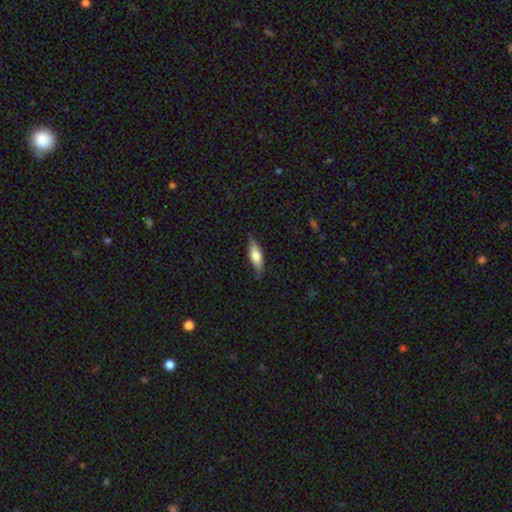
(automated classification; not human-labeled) Q: Smooth or featured?
A: smooth (64%); runner-up: featured or disk (30%)
Q: How rounded?
A: in between (58%); runner-up: cigar-shaped (39%)
Q: Merging?
A: none (75%); runner-up: minor disturbance (20%)